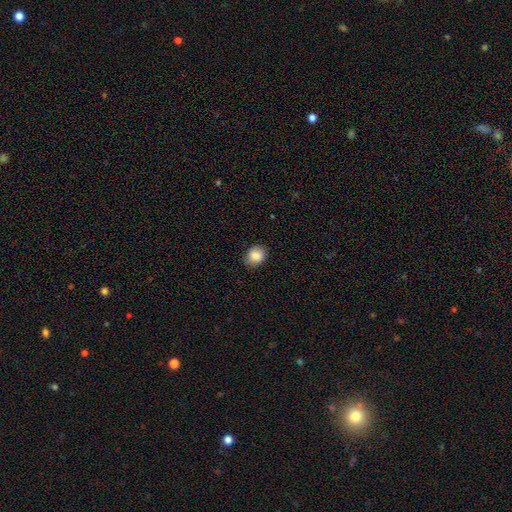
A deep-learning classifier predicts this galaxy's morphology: Q: Smooth or featured?
A: smooth (87%); runner-up: star or artifact (8%)
Q: How rounded?
A: in between (52%); runner-up: round (47%)
Q: Merging?
A: none (81%); runner-up: minor disturbance (15%)